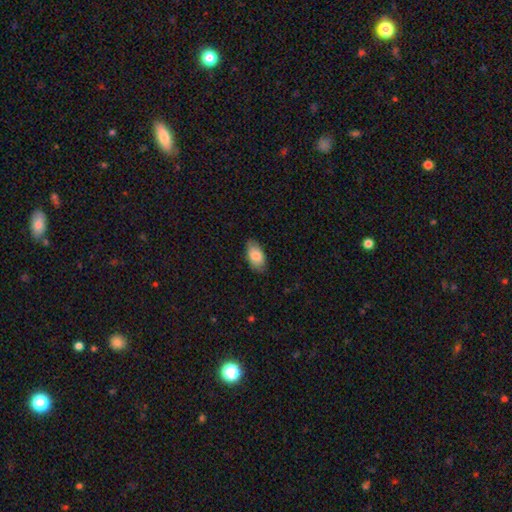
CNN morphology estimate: Smooth or featured? smooth (84%)
How rounded? in between (94%)
Merging? none (82%)